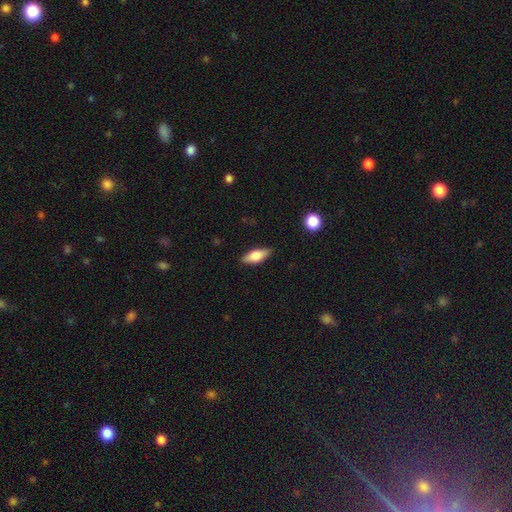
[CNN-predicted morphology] A smooth galaxy with no disk features (60%) that is in between round and cigar-shaped (70%). Merging: none (87%).